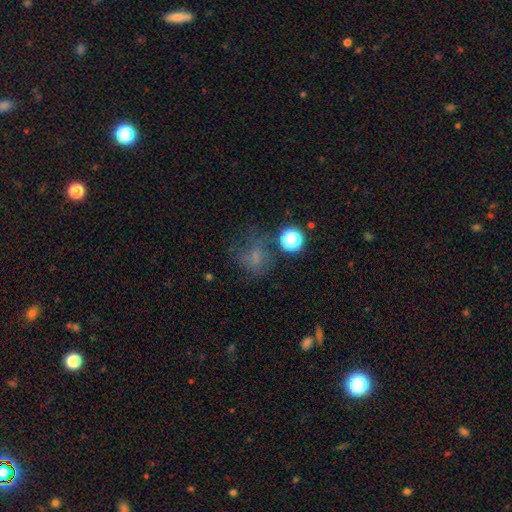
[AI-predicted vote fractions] The model was most divided on "merging": none: 48%, major disturbance: 24%, minor disturbance: 21%, merger: 7%. More confident: how rounded — round (62%); smooth or featured — smooth (51%).